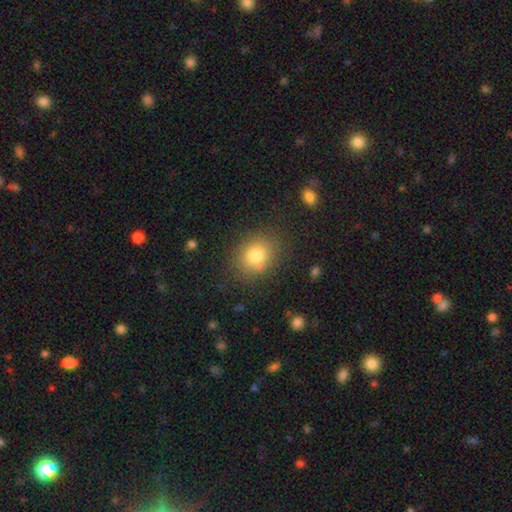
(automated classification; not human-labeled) Smooth or featured? smooth (80%)
How rounded? round (58%)
Merging? none (78%)